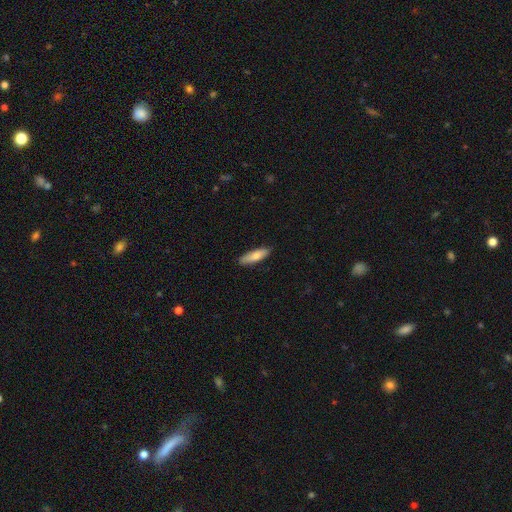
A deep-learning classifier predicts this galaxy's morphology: type=smooth (79%); roundness=cigar-shaped (58%); merging=none (86%).